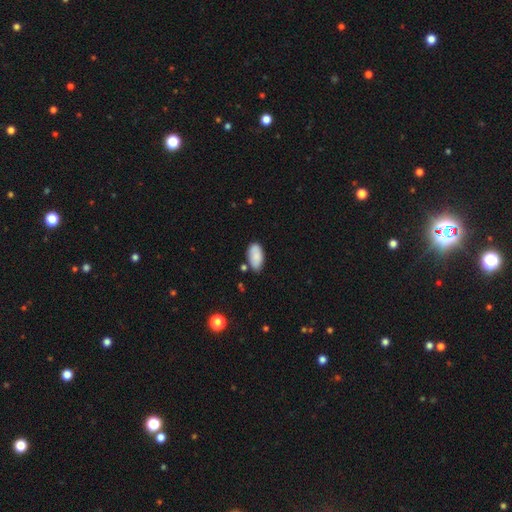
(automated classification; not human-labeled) The model was most divided on "merging": none: 69%, minor disturbance: 21%, merger: 7%, major disturbance: 4%. More confident: how rounded — in between (94%); smooth or featured — smooth (85%).